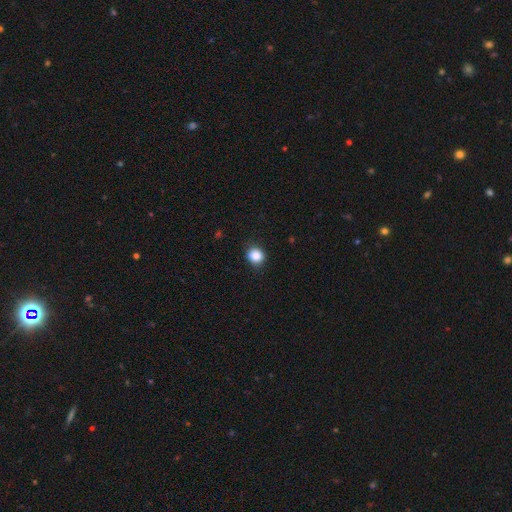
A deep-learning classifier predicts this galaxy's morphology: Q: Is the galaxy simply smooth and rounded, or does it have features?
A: smooth — 86%.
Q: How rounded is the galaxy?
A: round — 76%.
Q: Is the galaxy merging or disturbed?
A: none — 86%.